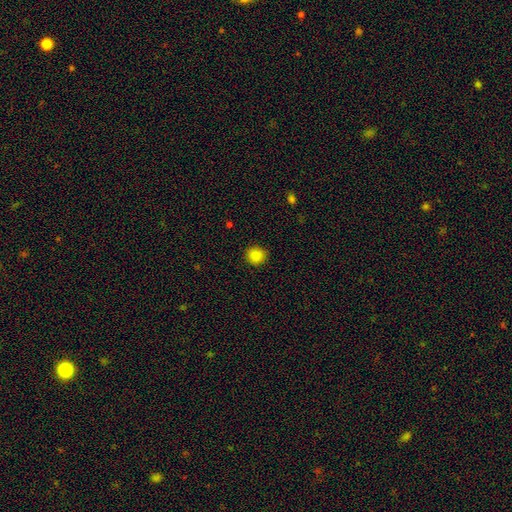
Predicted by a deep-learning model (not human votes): This is clearly a smooth galaxy (86%). How rounded: clearly round (88%). Merging: clearly none (90%).